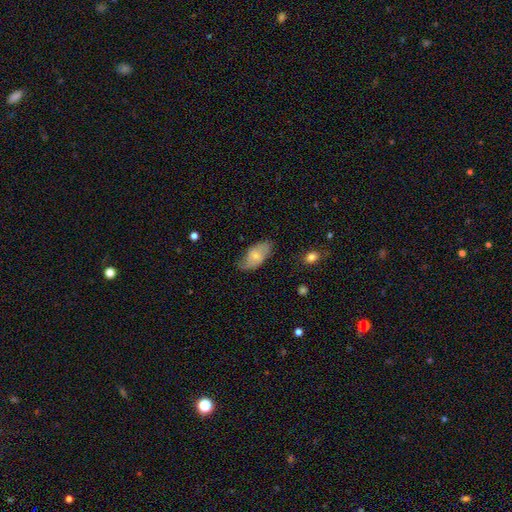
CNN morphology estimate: smooth-or-featured: smooth: 63% | featured or disk: 31% | star or artifact: 6%
  how-rounded: in between: 93% | cigar-shaped: 4% | round: 3%
  merging: none: 65% | minor disturbance: 27% | major disturbance: 7% | merger: 2%